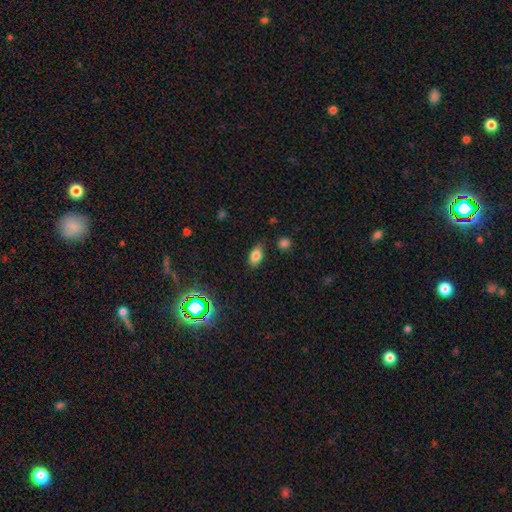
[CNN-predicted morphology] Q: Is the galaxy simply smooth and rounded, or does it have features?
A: smooth — 80%.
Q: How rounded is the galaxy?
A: in between — 88%.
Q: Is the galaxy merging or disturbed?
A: none — 81%.